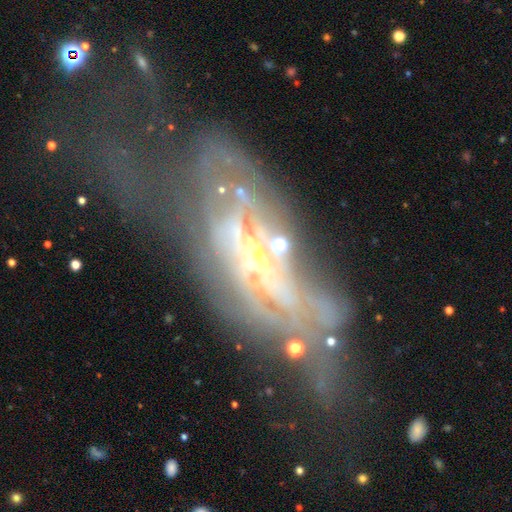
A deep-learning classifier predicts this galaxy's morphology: Overall: featured or disk (73%). Edge-on disk: no (81%). Bar: no (62%; weak 24%). Spiral arms: yes (52%; no 48%). Bulge size: small (42%; moderate 40%). Merging: major disturbance (49%; none 23%).